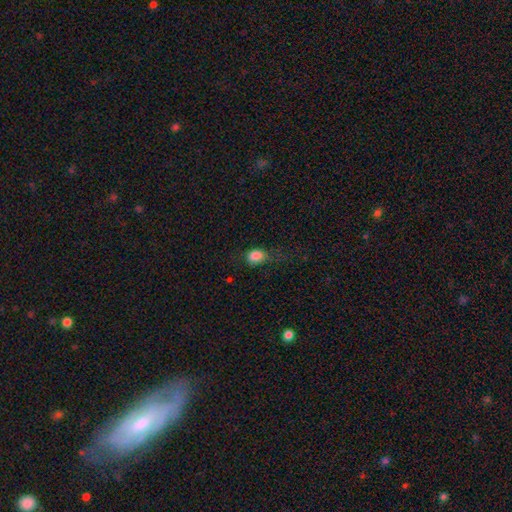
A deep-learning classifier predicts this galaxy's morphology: The model was most divided on "merging": none: 50%, minor disturbance: 28%, major disturbance: 20%, merger: 2%. More confident: smooth or featured — smooth (84%); how rounded — in between (67%).